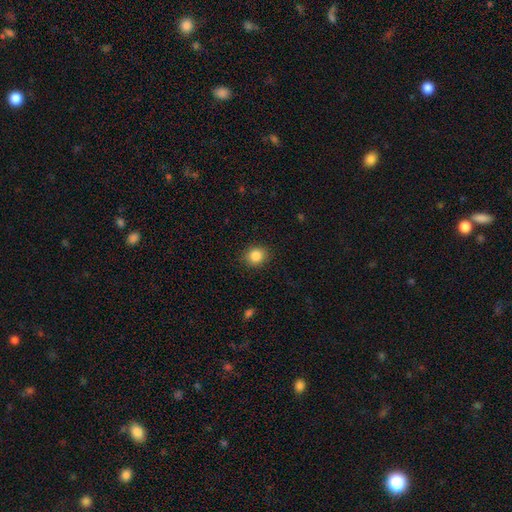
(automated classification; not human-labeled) Smooth or featured? Predicted: smooth (p=0.85). How rounded? Predicted: round (p=0.74). Merging? Predicted: none (p=0.89).